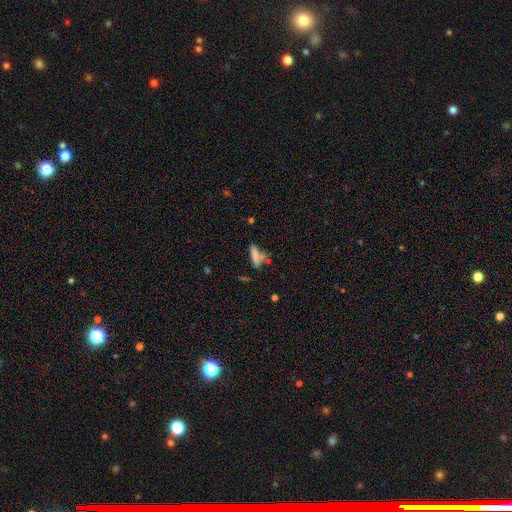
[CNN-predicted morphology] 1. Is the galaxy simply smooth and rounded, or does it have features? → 71% smooth, 18% featured or disk, 10% star or artifact.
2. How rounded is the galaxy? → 65% cigar-shaped, 32% in between, 3% round.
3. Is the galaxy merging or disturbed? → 50% none, 24% merger, 18% minor disturbance, 9% major disturbance.